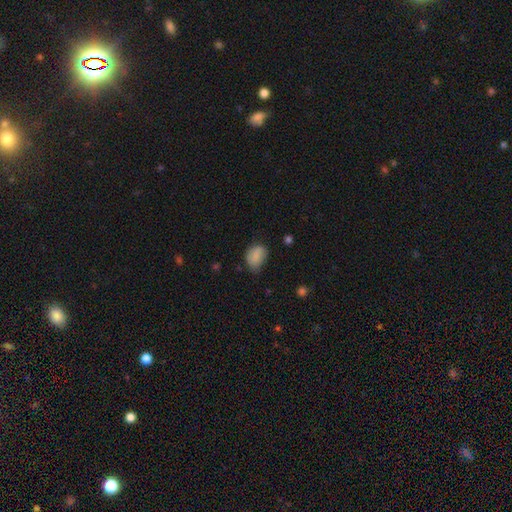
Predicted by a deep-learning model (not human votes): Smooth or featured? smooth (83%)
How rounded? in between (72%)
Merging? none (54%)